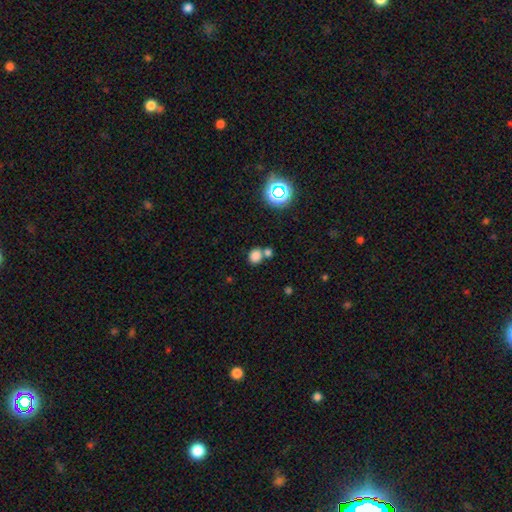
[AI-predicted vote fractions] A smooth galaxy with no disk features (78%) that is round (73%).

Vote fractions:
- Smooth or featured? smooth: 78% / star or artifact: 16% / featured or disk: 6%
- How rounded? round: 73% / in between: 26% / cigar-shaped: 1%
- Merging? none: 55% / merger: 33% / minor disturbance: 9% / major disturbance: 4%